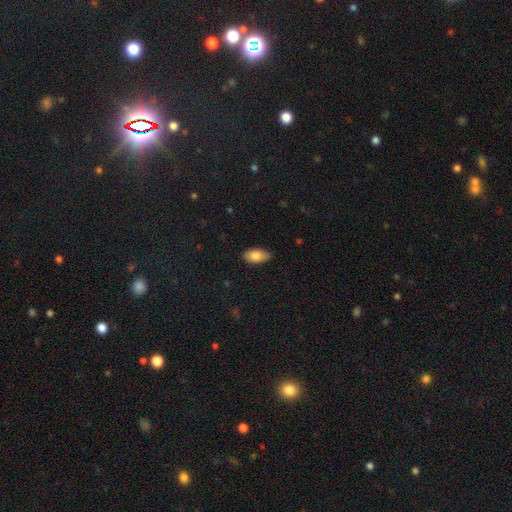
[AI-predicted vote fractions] smooth-or-featured: smooth: 84% | featured or disk: 9% | star or artifact: 7%
  how-rounded: in between: 93% | cigar-shaped: 4% | round: 3%
  merging: none: 84% | minor disturbance: 13% | major disturbance: 2% | merger: 1%